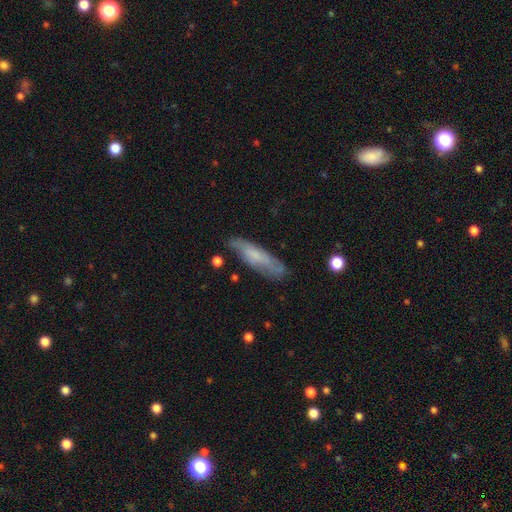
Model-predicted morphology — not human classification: smooth_or_featured: smooth (p=0.55) [alt: featured or disk p=0.38]
how_rounded: cigar-shaped (p=0.66) [alt: in between p=0.32]
merging: none (p=0.72) [alt: minor disturbance p=0.21]